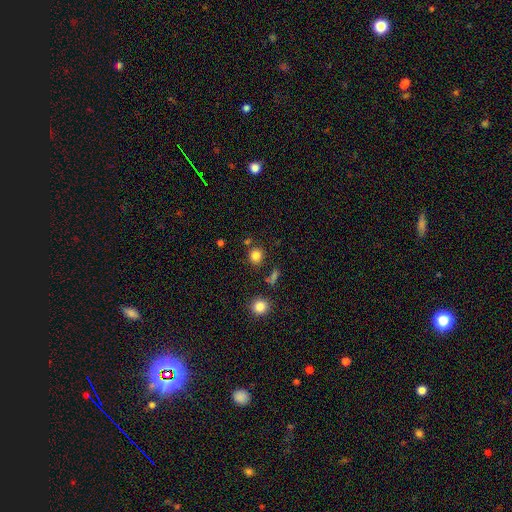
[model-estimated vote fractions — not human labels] This is clearly a smooth galaxy (82%). How rounded: clearly round (83%). Merging: clearly none (80%).